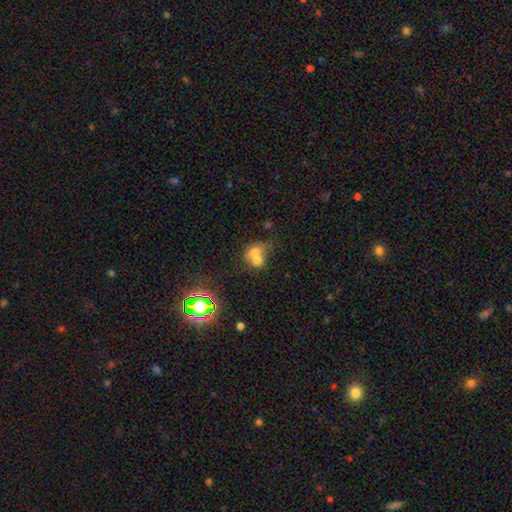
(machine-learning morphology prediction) Smooth or featured? Predicted: smooth (p=0.65). How rounded? Predicted: round (p=0.58). Merging? Predicted: merger (p=0.67).